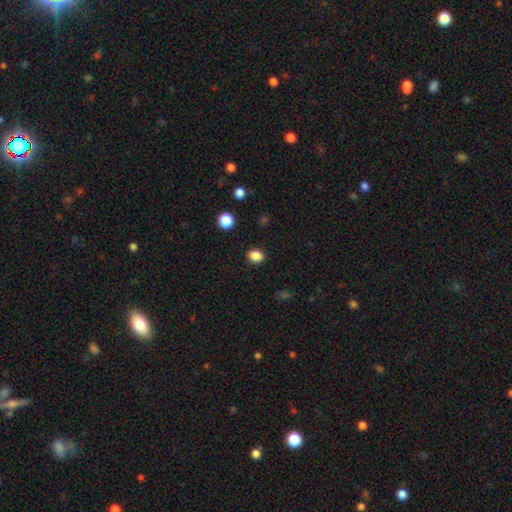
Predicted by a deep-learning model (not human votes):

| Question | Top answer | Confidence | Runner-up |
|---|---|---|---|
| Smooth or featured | smooth | 86% | star or artifact (11%) |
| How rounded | in between | 50% | round (49%) |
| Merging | none | 89% | minor disturbance (7%) |